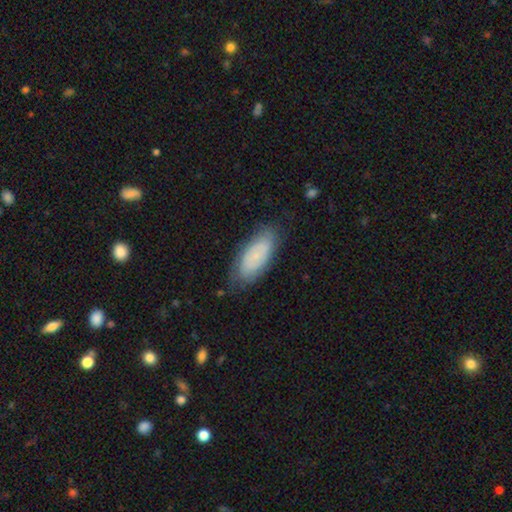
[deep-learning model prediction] smooth 60%, featured or disk 32%, star or artifact 8%. Down the decision tree: how rounded — in between (86%); merging — none (73%).